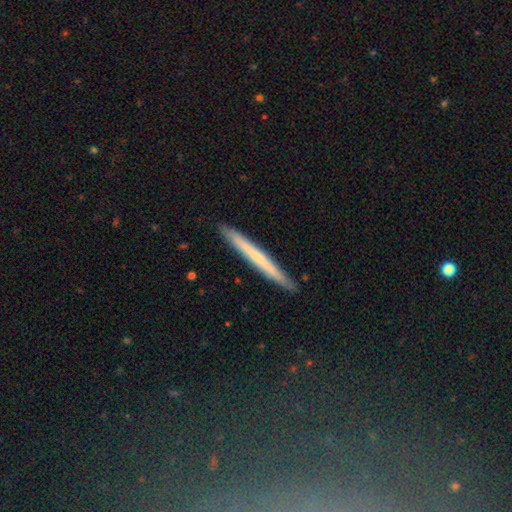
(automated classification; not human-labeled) Q: Smooth or featured?
A: smooth (53%); runner-up: featured or disk (41%)
Q: How rounded?
A: cigar-shaped (97%); runner-up: in between (2%)
Q: Merging?
A: none (91%); runner-up: minor disturbance (6%)